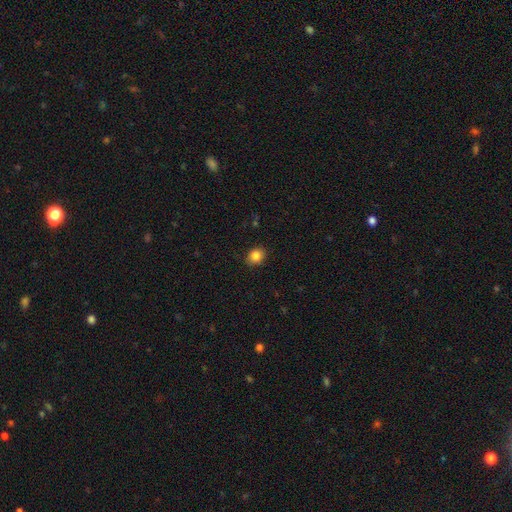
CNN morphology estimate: type=smooth (85%); roundness=round (62%); merging=none (88%).